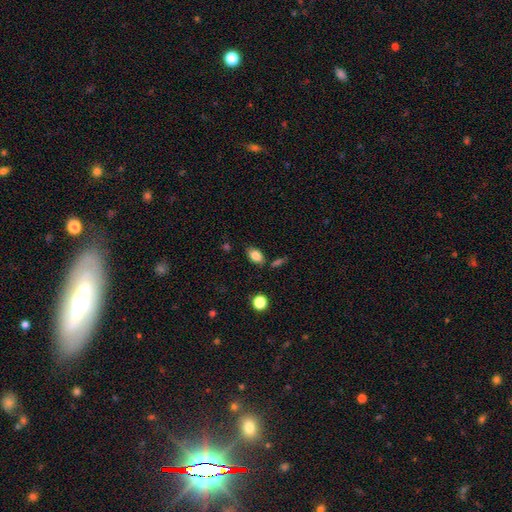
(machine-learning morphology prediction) type=smooth (83%); roundness=in between (86%); merging=none (77%).